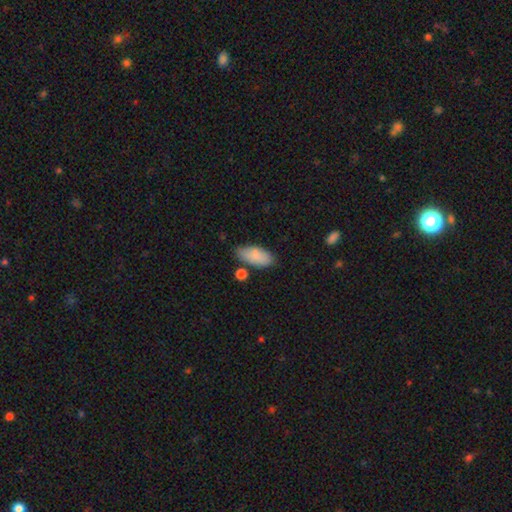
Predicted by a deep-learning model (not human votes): Smooth or featured?
  - smooth: 86% *
  - featured or disk: 7%
  - star or artifact: 7%
How rounded?
  - in between: 87% *
  - cigar-shaped: 10%
  - round: 3%
Merging?
  - none: 71% *
  - minor disturbance: 18%
  - merger: 7%
  - major disturbance: 4%